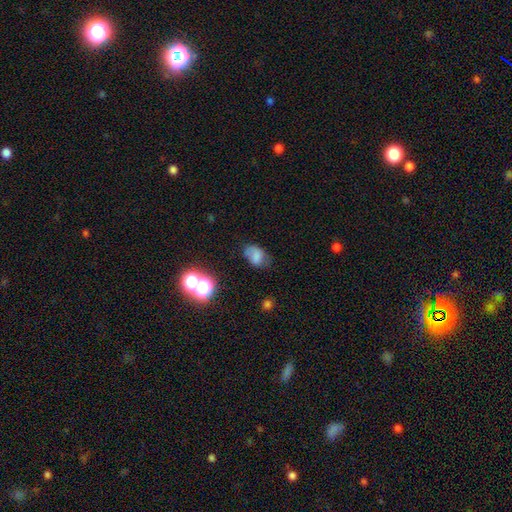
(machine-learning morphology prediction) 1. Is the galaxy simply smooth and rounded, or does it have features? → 66% smooth, 18% featured or disk, 16% star or artifact.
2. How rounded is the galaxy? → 78% in between, 21% round, 1% cigar-shaped.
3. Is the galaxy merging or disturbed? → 51% none, 29% minor disturbance, 15% major disturbance, 4% merger.